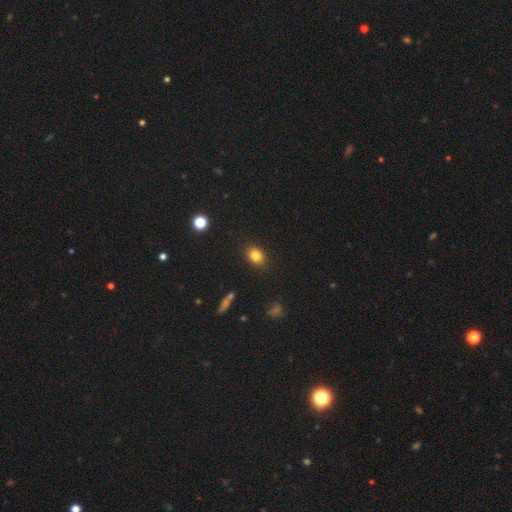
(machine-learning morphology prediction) type=smooth (82%); roundness=in between (63%); merging=none (87%).